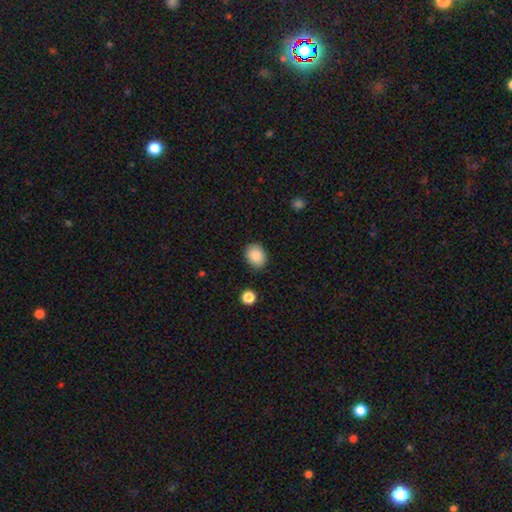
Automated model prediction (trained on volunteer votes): Smooth or featured? Predicted: smooth (p=0.88). How rounded? Predicted: in between (p=0.57). Merging? Predicted: none (p=0.84).